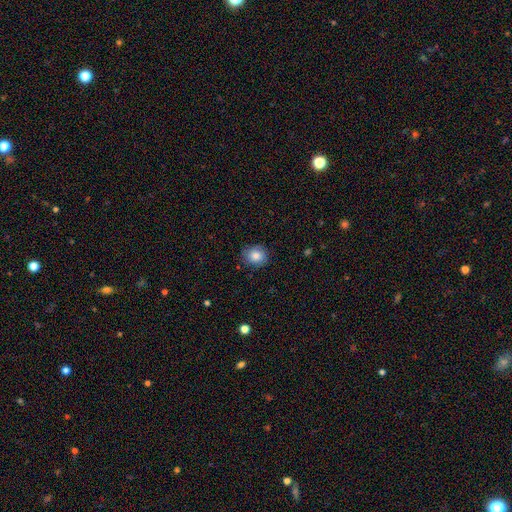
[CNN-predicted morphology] Overall: smooth (83%). How rounded: round (72%). Merging: none (82%).